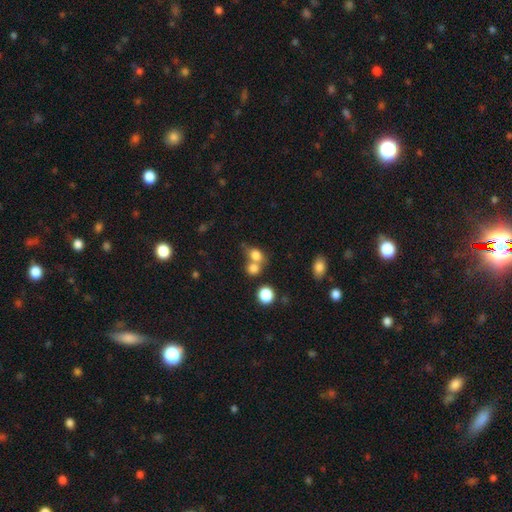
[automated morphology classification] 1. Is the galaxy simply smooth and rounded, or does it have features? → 77% smooth, 12% star or artifact, 11% featured or disk.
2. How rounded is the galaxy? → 53% round, 45% in between, 2% cigar-shaped.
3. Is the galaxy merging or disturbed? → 51% merger, 34% none, 10% minor disturbance, 6% major disturbance.